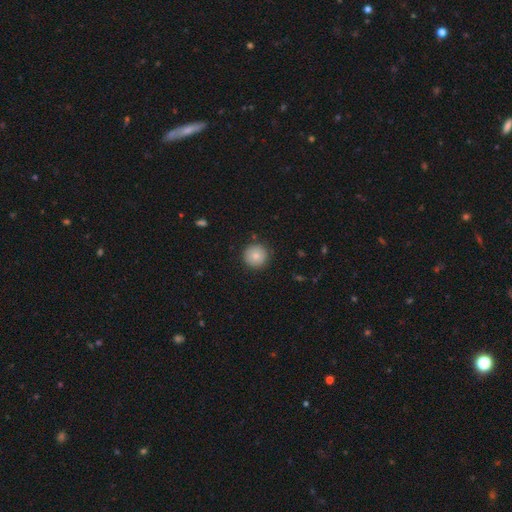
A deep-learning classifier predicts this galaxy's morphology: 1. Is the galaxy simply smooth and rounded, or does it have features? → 81% smooth, 10% featured or disk, 9% star or artifact.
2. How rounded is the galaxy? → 96% round, 3% in between, 1% cigar-shaped.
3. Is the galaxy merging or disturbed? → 89% none, 8% minor disturbance, 2% major disturbance, 1% merger.